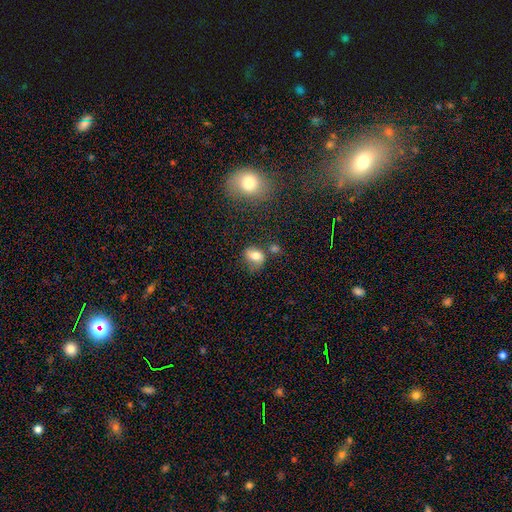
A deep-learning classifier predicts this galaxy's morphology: A smooth galaxy with no disk features (70%) that is in between round and cigar-shaped (62%).

Vote fractions:
- Smooth or featured? smooth: 70% / featured or disk: 19% / star or artifact: 11%
- How rounded? in between: 62% / round: 36% / cigar-shaped: 2%
- Merging? none: 44% / minor disturbance: 28% / major disturbance: 14% / merger: 14%